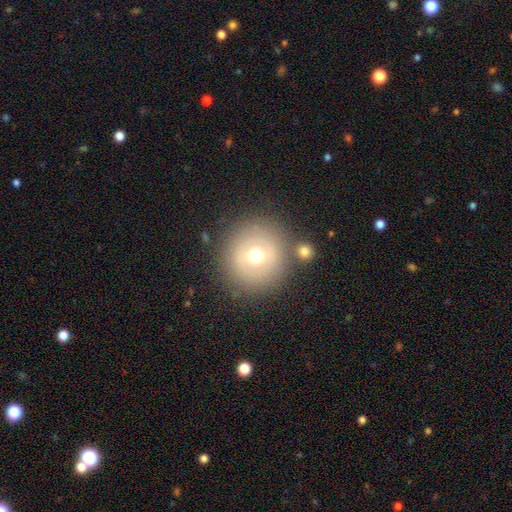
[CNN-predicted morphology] A smooth galaxy with no disk features (58%) that is round (94%). Merging: none (80%).